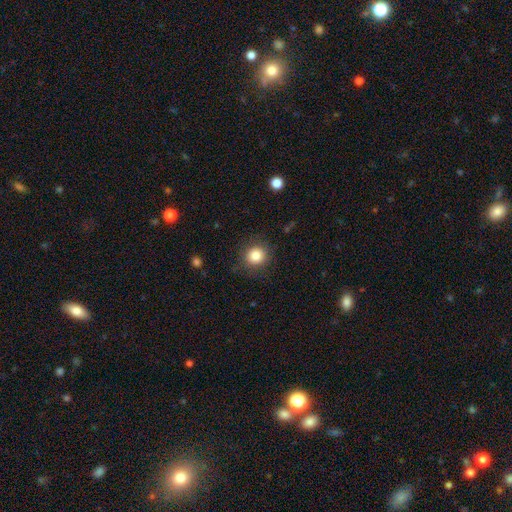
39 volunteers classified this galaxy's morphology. Volunteers were most divided on "merging": none: 66%, major disturbance: 17%, minor disturbance: 14%, merger: 3%. More confident: how rounded — round (90%); smooth or featured — smooth (77%).